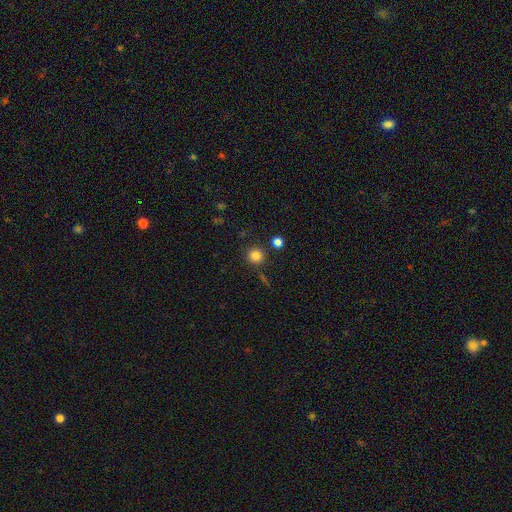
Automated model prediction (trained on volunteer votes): Smooth or featured? Predicted: smooth (p=0.83). How rounded? Predicted: round (p=0.94). Merging? Predicted: none (p=0.85).